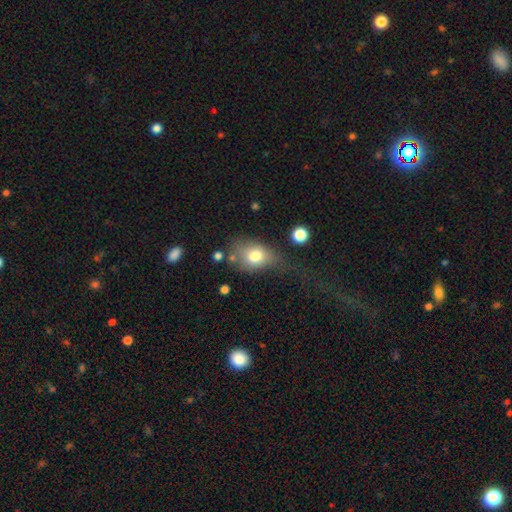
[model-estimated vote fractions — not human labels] A smooth galaxy with no disk features (75%) that is in between round and cigar-shaped (68%).

Vote fractions:
- Smooth or featured? smooth: 75% / featured or disk: 15% / star or artifact: 10%
- How rounded? in between: 68% / round: 30% / cigar-shaped: 2%
- Merging? major disturbance: 32% / none: 31% / minor disturbance: 29% / merger: 8%